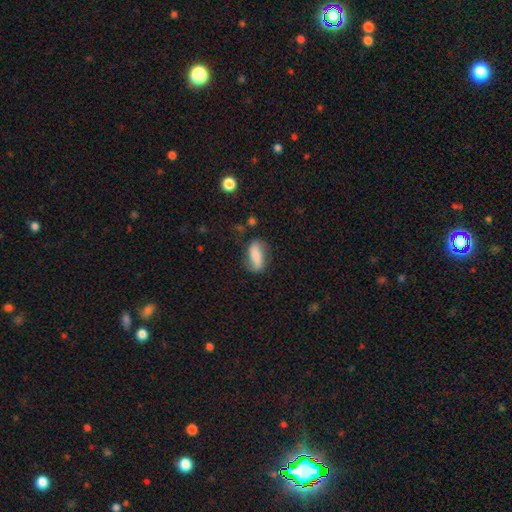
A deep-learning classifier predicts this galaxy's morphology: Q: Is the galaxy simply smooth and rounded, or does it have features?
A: smooth — 59%.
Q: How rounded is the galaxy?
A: in between — 73%.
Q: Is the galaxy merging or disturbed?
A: none — 69%.